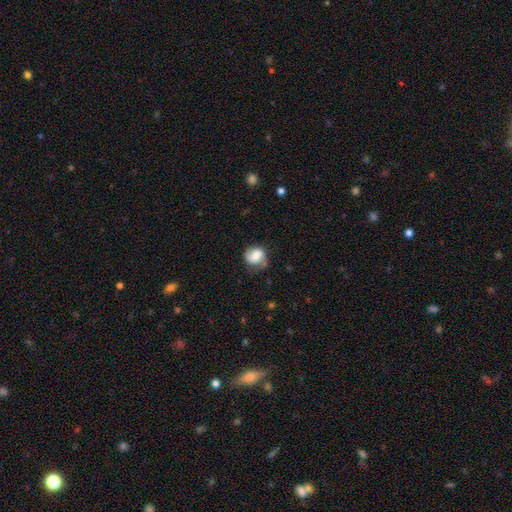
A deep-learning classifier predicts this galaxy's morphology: smooth_or_featured: smooth (p=0.49) [alt: featured or disk p=0.42]
merging: none (p=0.62) [alt: minor disturbance p=0.26]